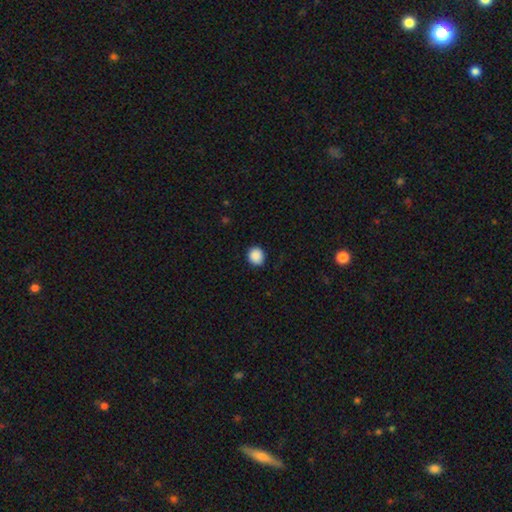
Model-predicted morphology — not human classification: smooth 89%, star or artifact 9%, featured or disk 2%. Down the decision tree: how rounded — round (83%); merging — none (89%).